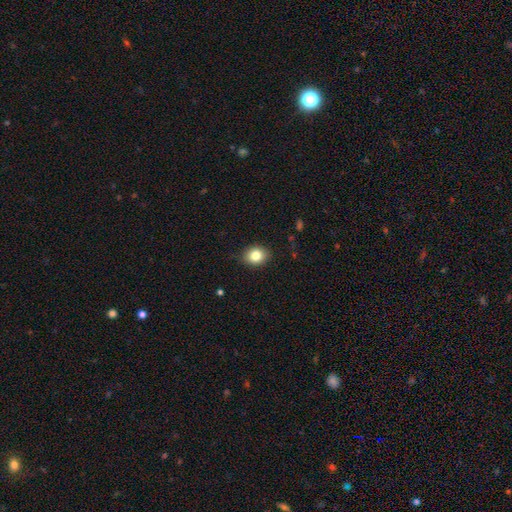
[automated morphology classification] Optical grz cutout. It shows a smooth galaxy with no disk features (82%) that is round (57%). Merging: none (84%).